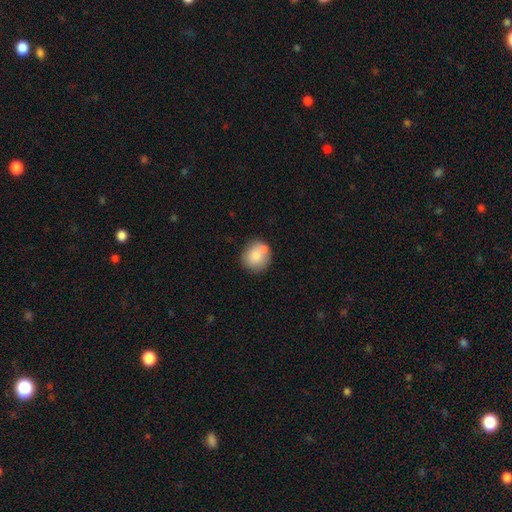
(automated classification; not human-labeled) smooth-or-featured: smooth: 79% | featured or disk: 14% | star or artifact: 8%
  how-rounded: round: 85% | in between: 14% | cigar-shaped: 1%
  merging: none: 62% | merger: 20% | minor disturbance: 14% | major disturbance: 4%